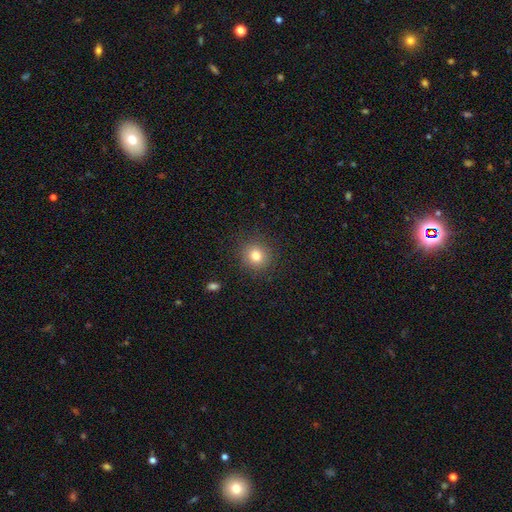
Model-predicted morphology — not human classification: smooth-or-featured: smooth: 80% | star or artifact: 12% | featured or disk: 8%
  how-rounded: round: 90% | in between: 9% | cigar-shaped: 1%
  merging: none: 89% | minor disturbance: 7% | major disturbance: 3% | merger: 1%